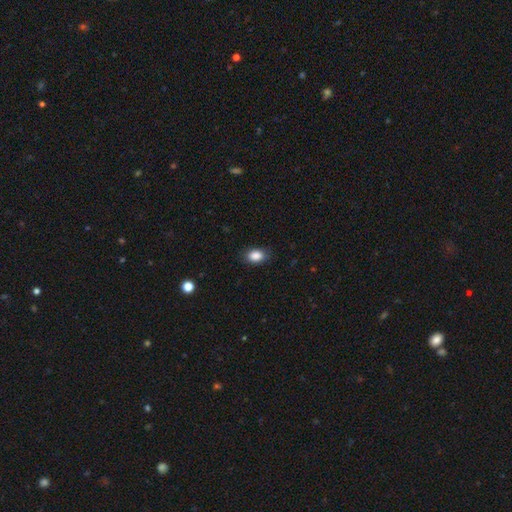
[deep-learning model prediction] Morphology: type=smooth (87%); roundness=in between (80%); merging=none (84%).